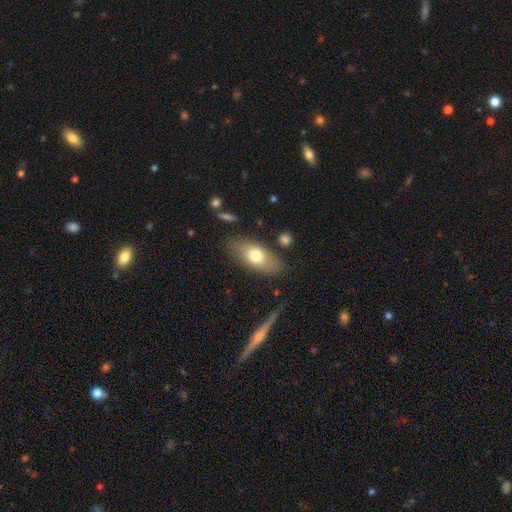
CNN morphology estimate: A smooth galaxy with no disk features (70%) that is in between round and cigar-shaped (85%).

Vote fractions:
- Smooth or featured? smooth: 70% / featured or disk: 23% / star or artifact: 7%
- How rounded? in between: 85% / cigar-shaped: 11% / round: 4%
- Merging? none: 79% / minor disturbance: 14% / major disturbance: 4% / merger: 3%